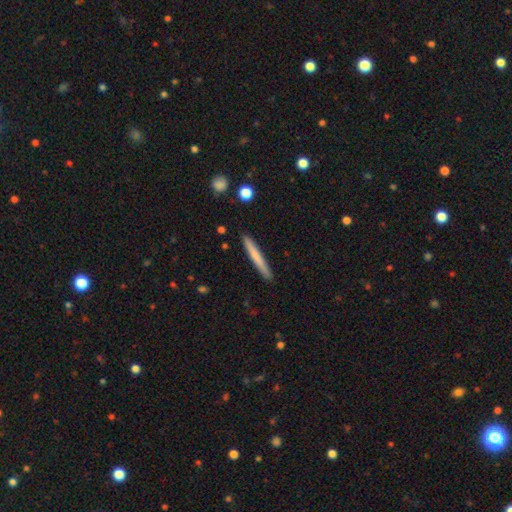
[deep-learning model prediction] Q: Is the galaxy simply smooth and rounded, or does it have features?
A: smooth — 70%.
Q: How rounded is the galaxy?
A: cigar-shaped — 96%.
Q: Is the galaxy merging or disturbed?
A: none — 91%.